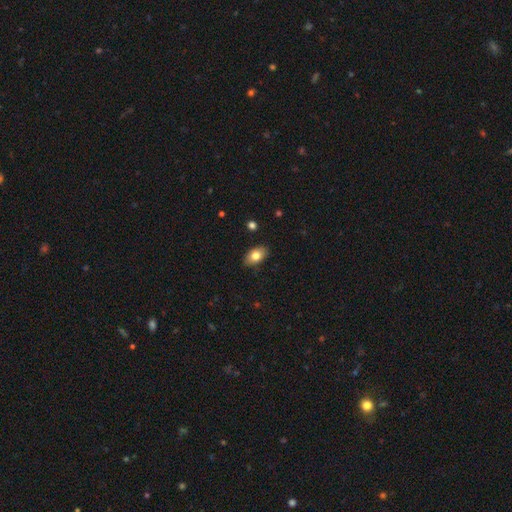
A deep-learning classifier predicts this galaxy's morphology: Overall: smooth (79%). How rounded: in between (90%). Merging: none (87%).